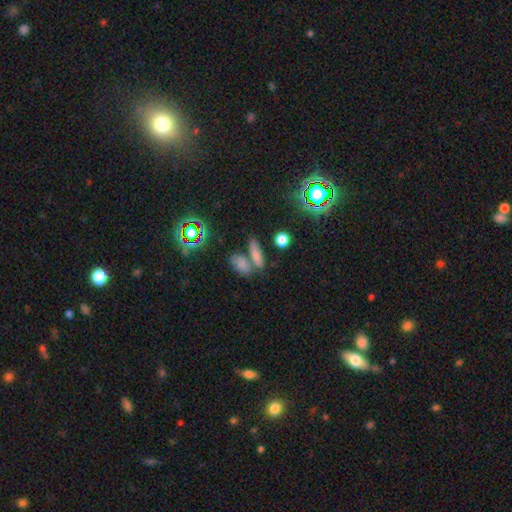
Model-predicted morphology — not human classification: Smooth or featured?
  - smooth: 60% *
  - star or artifact: 26%
  - featured or disk: 13%
How rounded?
  - in between: 47% *
  - cigar-shaped: 41%
  - round: 12%
Merging?
  - none: 52% *
  - merger: 34%
  - minor disturbance: 10%
  - major disturbance: 5%